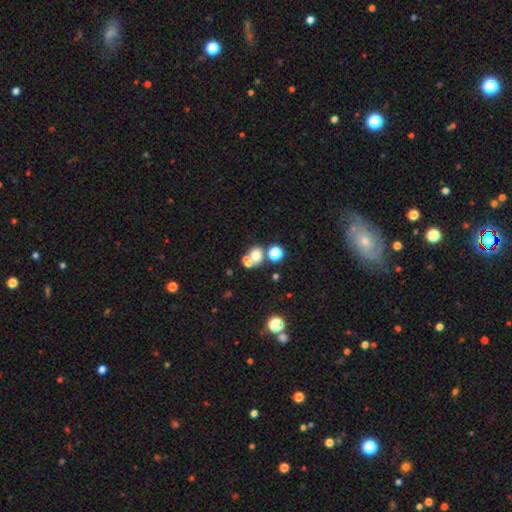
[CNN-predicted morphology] smooth-or-featured: smooth: 70% | star or artifact: 16% | featured or disk: 14%
  how-rounded: round: 69% | in between: 30% | cigar-shaped: 1%
  merging: merger: 47% | none: 41% | minor disturbance: 7% | major disturbance: 5%